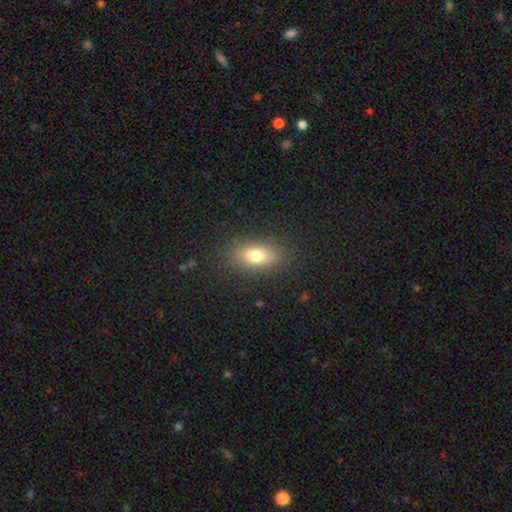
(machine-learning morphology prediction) smooth 77%, featured or disk 13%, star or artifact 10%. Down the decision tree: how rounded — in between (83%); merging — none (85%).